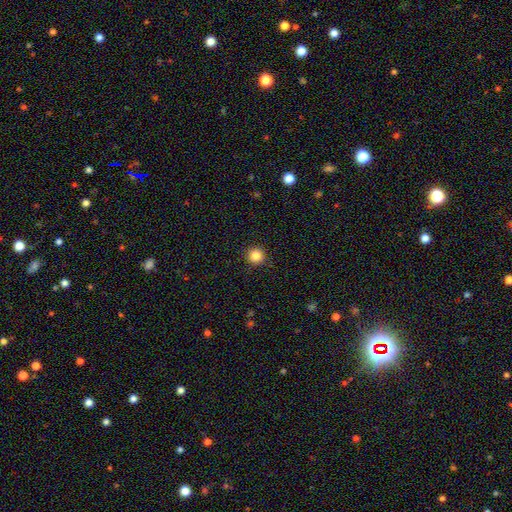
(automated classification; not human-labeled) Smooth or featured? Predicted: smooth (p=0.85). How rounded? Predicted: round (p=0.94). Merging? Predicted: none (p=0.92).